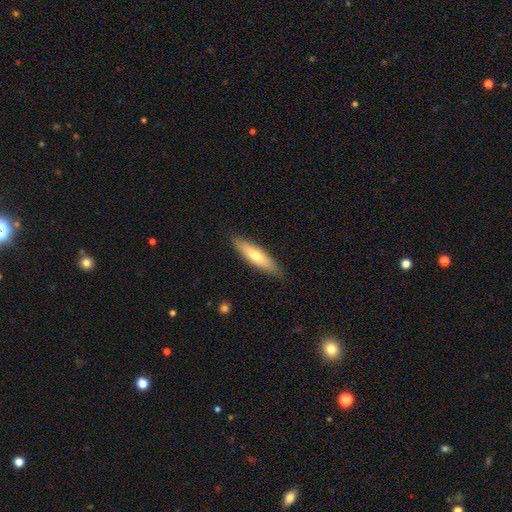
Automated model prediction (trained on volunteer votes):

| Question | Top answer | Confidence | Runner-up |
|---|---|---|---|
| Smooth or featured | smooth | 63% | featured or disk (31%) |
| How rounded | cigar-shaped | 71% | in between (27%) |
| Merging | none | 87% | minor disturbance (10%) |